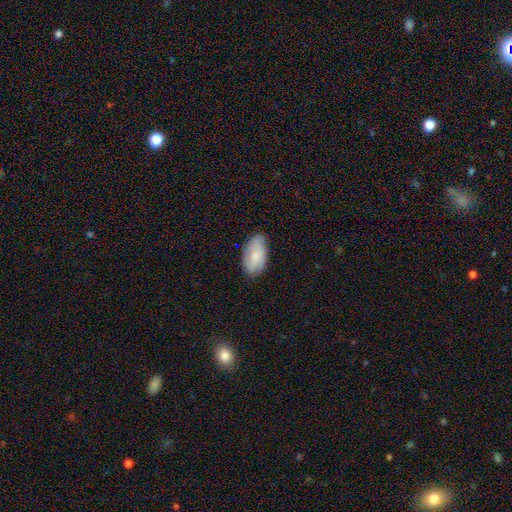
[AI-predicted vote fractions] Smooth or featured? Predicted: smooth (p=0.66). How rounded? Predicted: in between (p=0.93). Merging? Predicted: none (p=0.74).